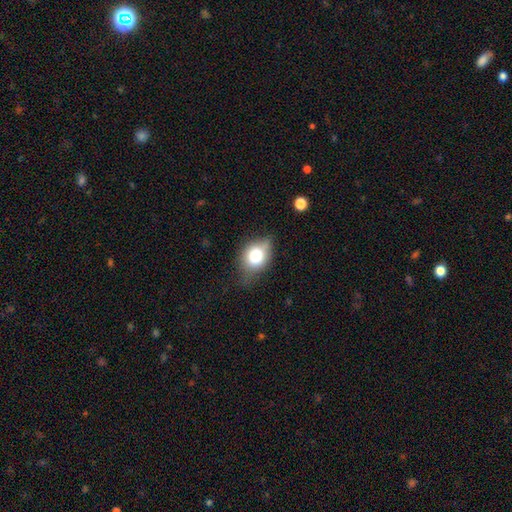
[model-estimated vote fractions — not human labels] This is likely a smooth galaxy (72%). How rounded: possibly in between (58%). Merging: possibly none (53%).